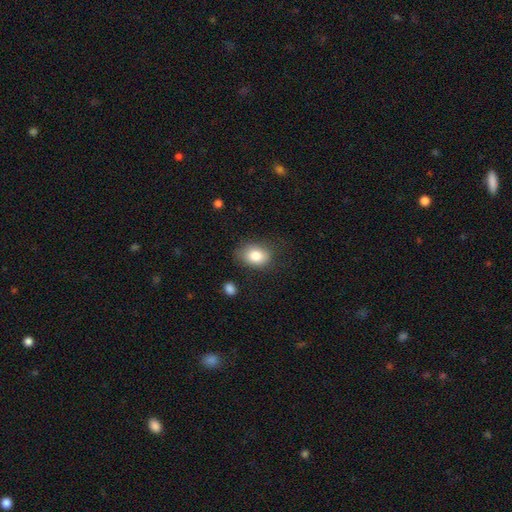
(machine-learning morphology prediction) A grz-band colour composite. It shows a smooth galaxy with no disk features (82%) that is in between round and cigar-shaped (70%). Merging: none (71%).